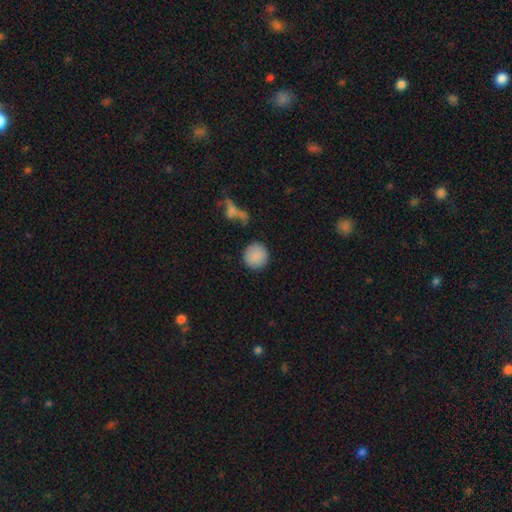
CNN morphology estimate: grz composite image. It shows a smooth galaxy with no disk features (87%) that is round (93%). Merging: none (84%).